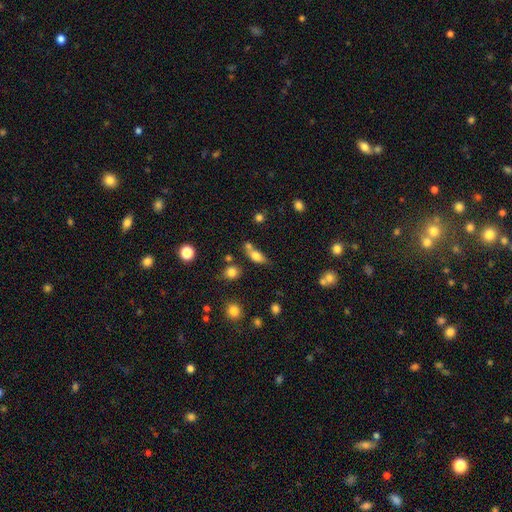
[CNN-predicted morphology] The model was most divided on "merging": none: 42%, merger: 33%, minor disturbance: 17%, major disturbance: 8%. More confident: how rounded — in between (76%); smooth or featured — smooth (75%).